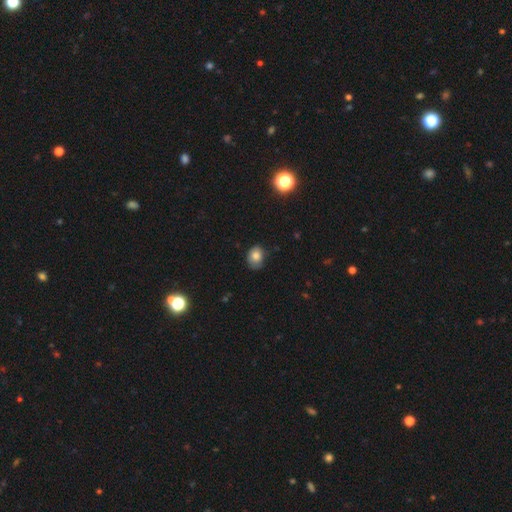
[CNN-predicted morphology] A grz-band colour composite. It shows a smooth galaxy with no disk features (80%) that is in between round and cigar-shaped (59%). Merging: none (62%).